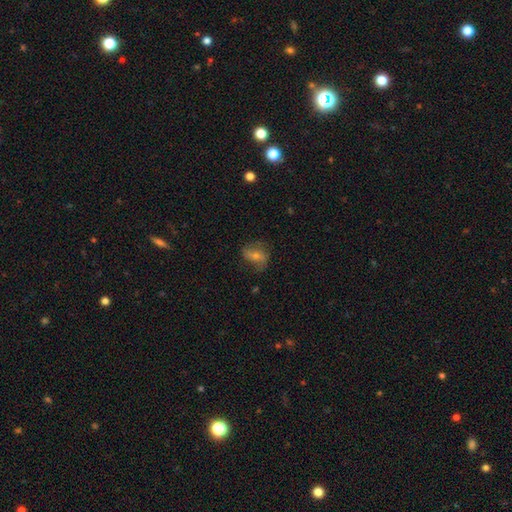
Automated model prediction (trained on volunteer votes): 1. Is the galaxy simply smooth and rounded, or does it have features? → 53% featured or disk, 33% smooth, 14% star or artifact.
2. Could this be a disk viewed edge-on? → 94% no, 6% yes.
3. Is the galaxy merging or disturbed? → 68% none, 20% minor disturbance, 10% major disturbance, 2% merger.